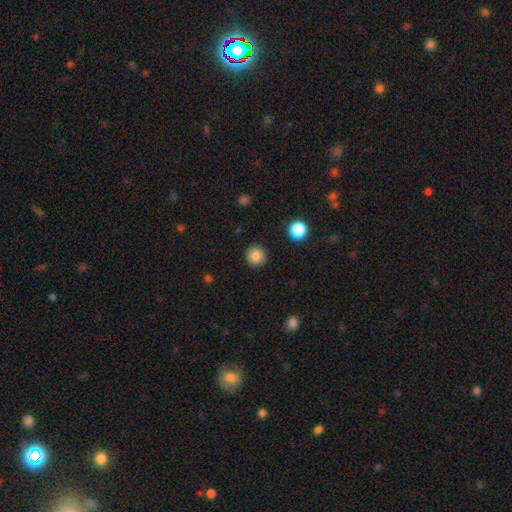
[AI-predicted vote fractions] Overall: smooth (85%). How rounded: round (94%). Merging: none (91%).